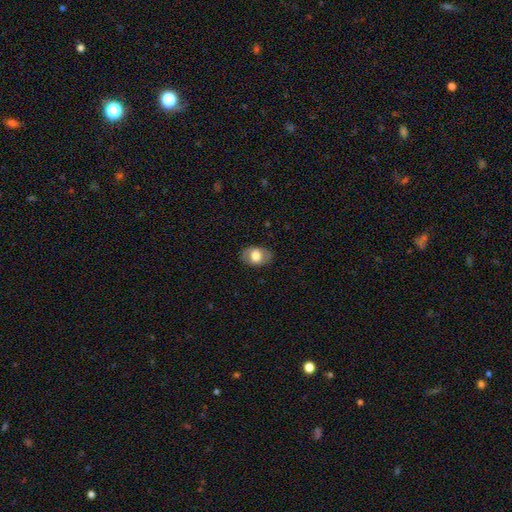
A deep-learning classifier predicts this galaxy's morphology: smooth-or-featured: smooth: 68% | featured or disk: 24% | star or artifact: 7%
  how-rounded: in between: 80% | round: 19% | cigar-shaped: 1%
  merging: none: 81% | minor disturbance: 14% | major disturbance: 4% | merger: 1%